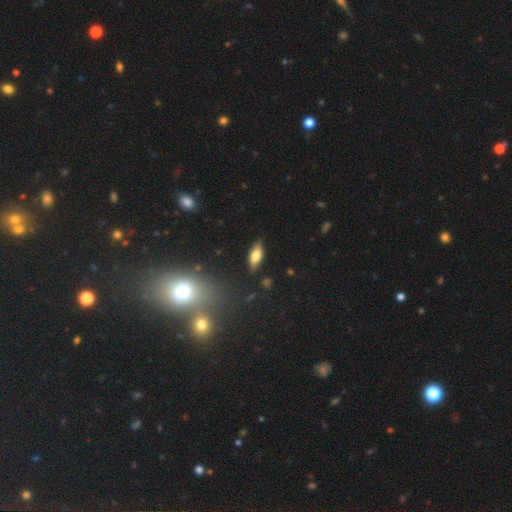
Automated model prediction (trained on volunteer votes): A smooth galaxy with no disk features (71%) that is in between round and cigar-shaped (74%).

Vote fractions:
- Smooth or featured? smooth: 71% / featured or disk: 21% / star or artifact: 8%
- How rounded? in between: 74% / cigar-shaped: 23% / round: 3%
- Merging? none: 84% / minor disturbance: 12% / major disturbance: 2% / merger: 2%